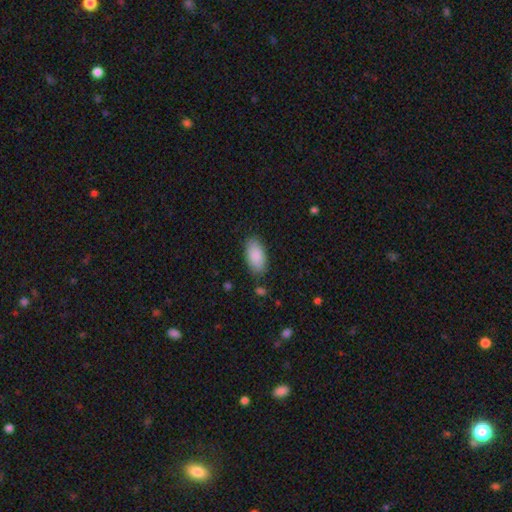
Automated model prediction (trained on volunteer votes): A smooth galaxy with no disk features (89%) that is in between round and cigar-shaped (93%). Merging: none (83%).